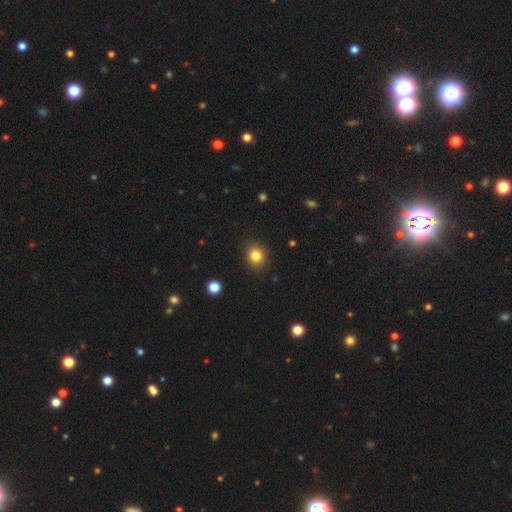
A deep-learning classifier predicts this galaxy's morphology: A smooth galaxy with no disk features (83%) that is round (79%).

Vote fractions:
- Smooth or featured? smooth: 83% / star or artifact: 12% / featured or disk: 5%
- How rounded? round: 79% / in between: 20% / cigar-shaped: 1%
- Merging? none: 89% / minor disturbance: 7% / major disturbance: 2% / merger: 1%